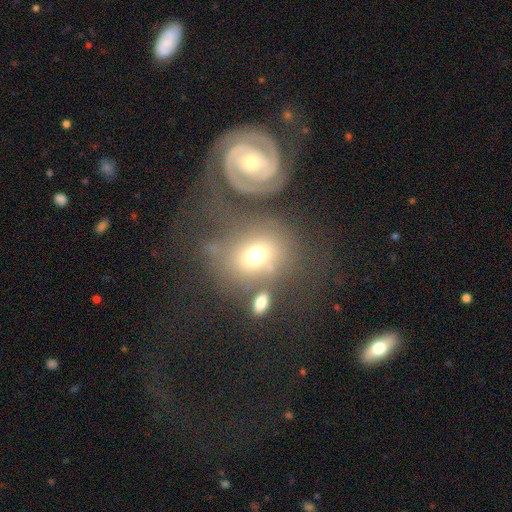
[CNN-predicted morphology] Smooth or featured? Predicted: featured or disk (p=0.47). Merging? Predicted: none (p=0.50).